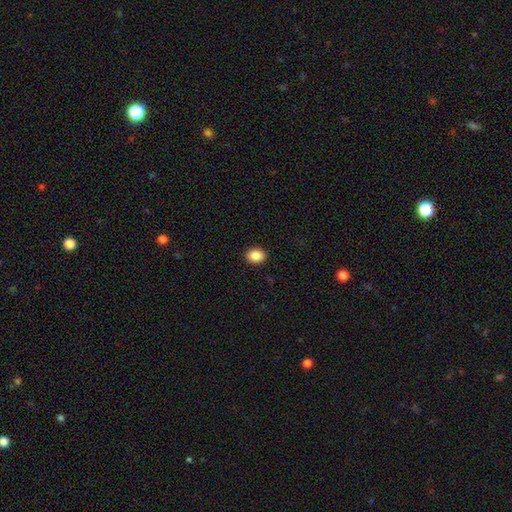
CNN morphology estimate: Smooth or featured?
  - smooth: 88% *
  - star or artifact: 9%
  - featured or disk: 3%
How rounded?
  - in between: 53% *
  - round: 46%
  - cigar-shaped: 1%
Merging?
  - none: 91% *
  - minor disturbance: 6%
  - major disturbance: 2%
  - merger: 1%